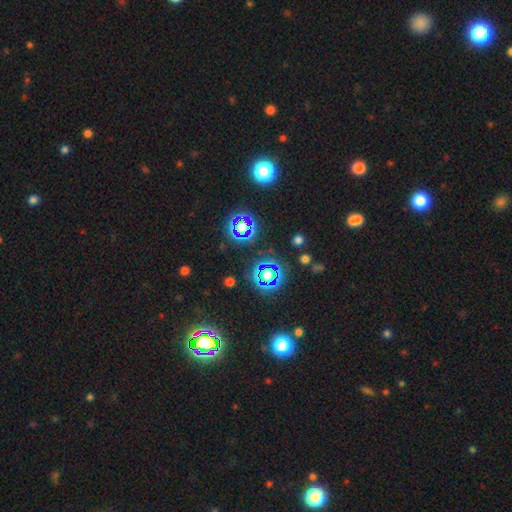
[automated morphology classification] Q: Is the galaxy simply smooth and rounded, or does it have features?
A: star or artifact — 70%.